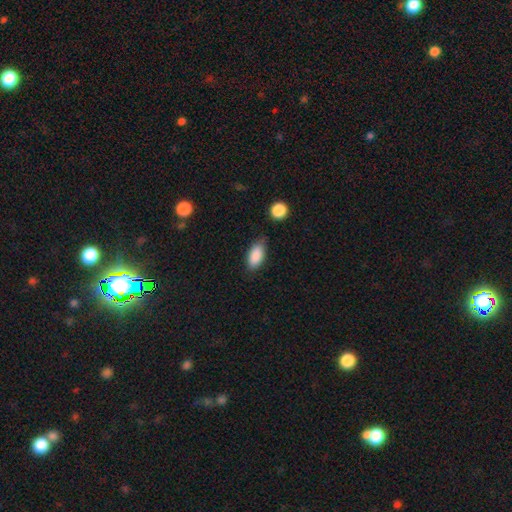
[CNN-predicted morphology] Smooth or featured? smooth (88%)
How rounded? in between (90%)
Merging? none (73%)